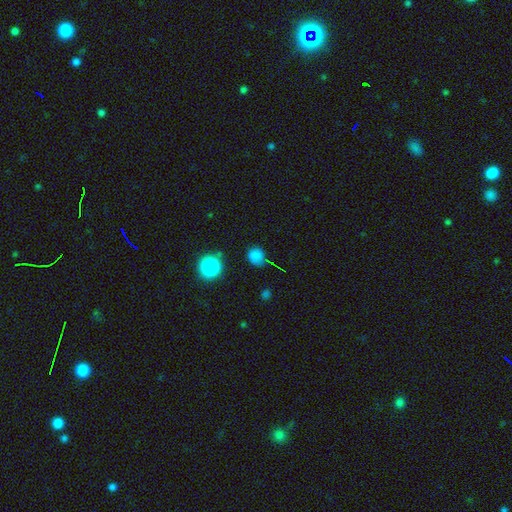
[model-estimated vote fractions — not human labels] Morphology: type=smooth (75%); roundness=round (76%); merging=none (65%).